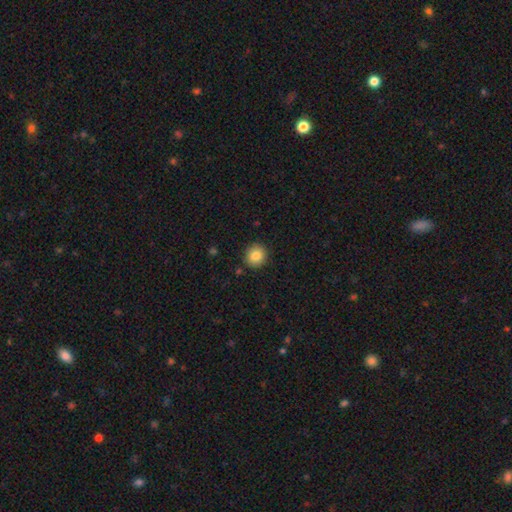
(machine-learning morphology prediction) Smooth or featured? smooth (84%)
How rounded? round (84%)
Merging? none (90%)